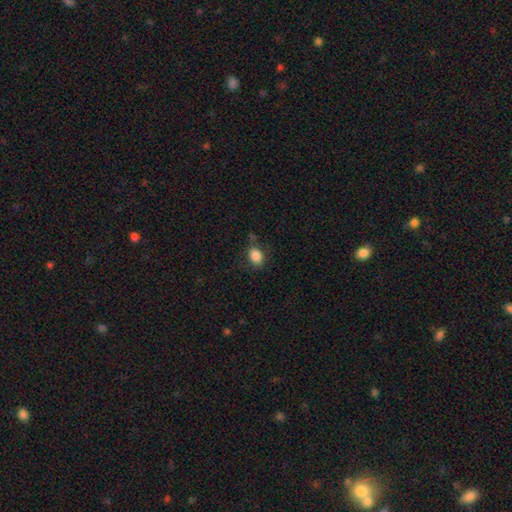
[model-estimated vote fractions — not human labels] Smooth or featured? smooth (85%)
How rounded? in between (71%)
Merging? none (74%)